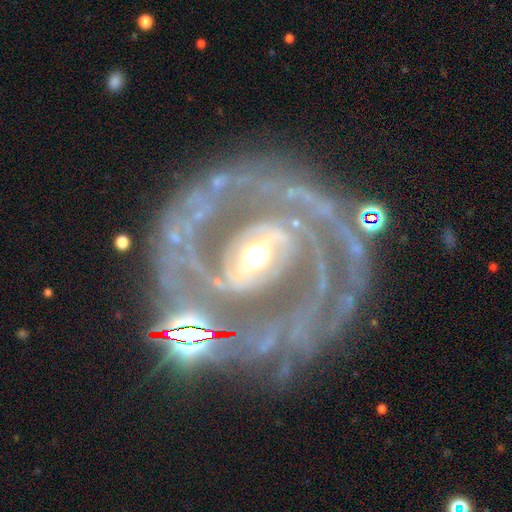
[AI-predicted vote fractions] A featured or disk galaxy (91%) with a strong bar (60%), 2 (55%) tight (48%) spiral arms (94%) and a moderate central bulge (61%). Merging: none (69%).